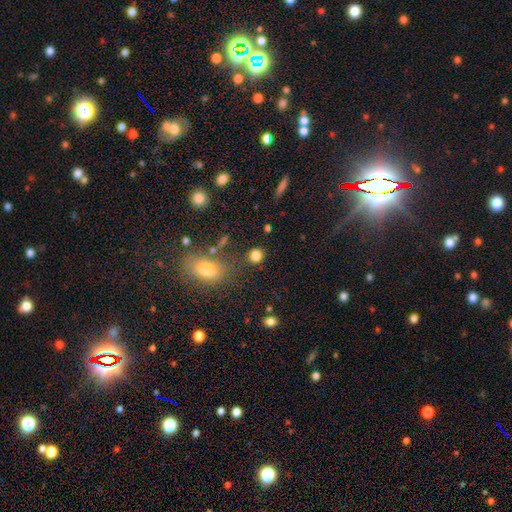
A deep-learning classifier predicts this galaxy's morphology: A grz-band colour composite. It shows a smooth galaxy with no disk features (82%) that is round (76%). Merging: none (79%).